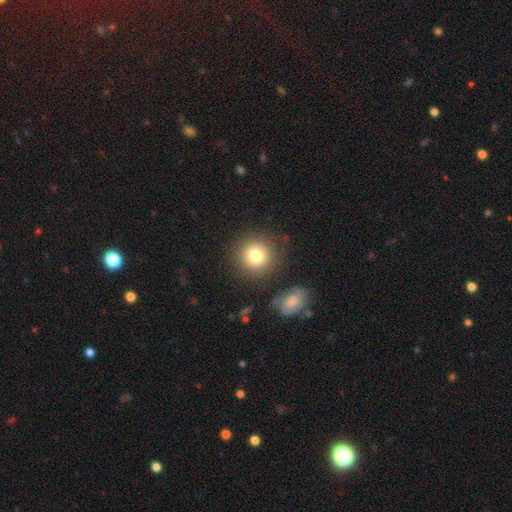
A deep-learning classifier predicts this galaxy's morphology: Smooth or featured?
  - smooth: 79% *
  - featured or disk: 11%
  - star or artifact: 11%
How rounded?
  - round: 93% *
  - in between: 6%
  - cigar-shaped: 1%
Merging?
  - none: 85% *
  - minor disturbance: 8%
  - merger: 4%
  - major disturbance: 4%